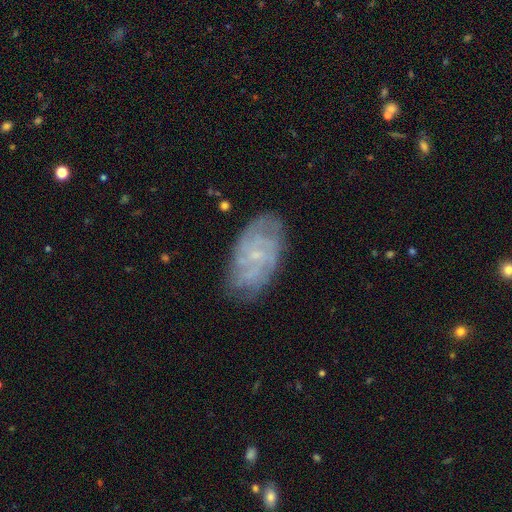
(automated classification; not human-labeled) This appears to be a featured or disk galaxy (76%) with no bar (64%), tight (56%) spiral arms (91%) and a small central bulge (78%). Merging: none (75%).